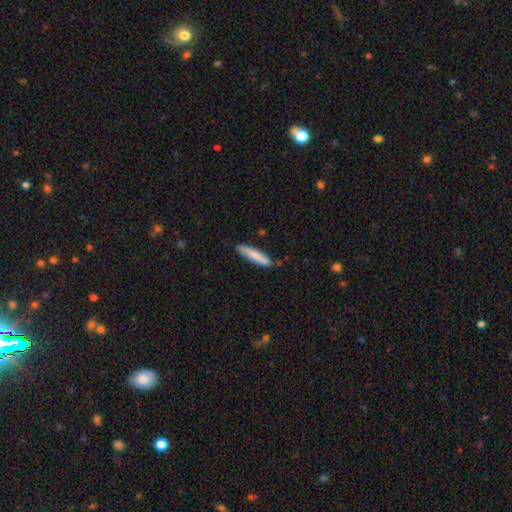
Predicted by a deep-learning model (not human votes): This appears to be a smooth galaxy with no disk features (79%) that is cigar-shaped (85%). Merging: none (80%).